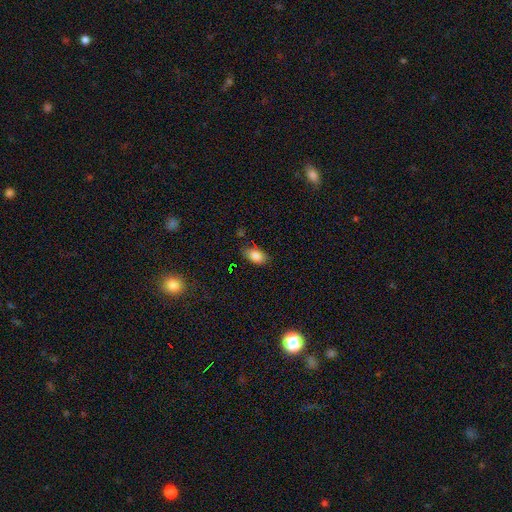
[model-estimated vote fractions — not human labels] Smooth or featured? Predicted: smooth (p=0.85). How rounded? Predicted: in between (p=0.91). Merging? Predicted: none (p=0.76).